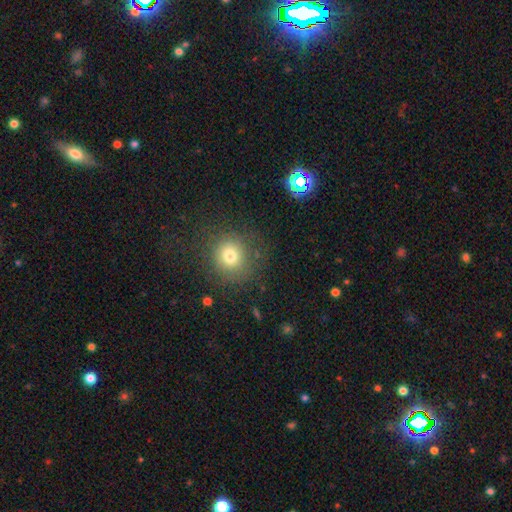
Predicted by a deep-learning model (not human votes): This appears to be a smooth galaxy with no disk features (60%) that is round (91%). Merging: none (85%).